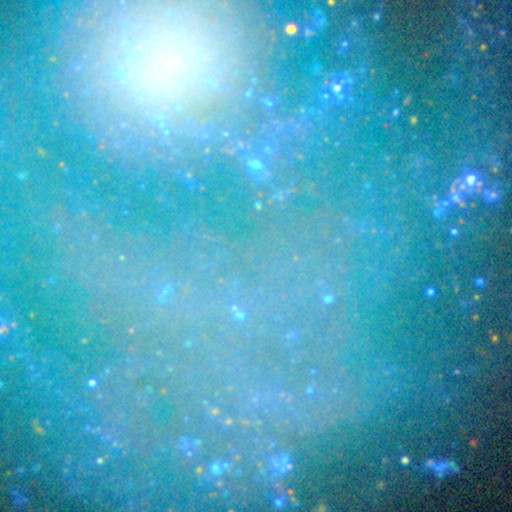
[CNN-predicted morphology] A star or artifact, not a galaxy (74%).

Vote fractions:
- Smooth or featured? star or artifact: 74% / smooth: 13% / featured or disk: 13%